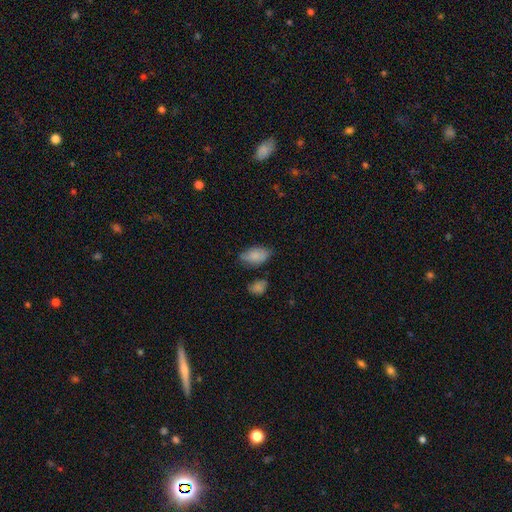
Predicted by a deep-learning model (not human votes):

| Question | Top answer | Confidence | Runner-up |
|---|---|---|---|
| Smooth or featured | smooth | 83% | featured or disk (10%) |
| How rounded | in between | 92% | round (5%) |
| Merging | none | 64% | minor disturbance (25%) |